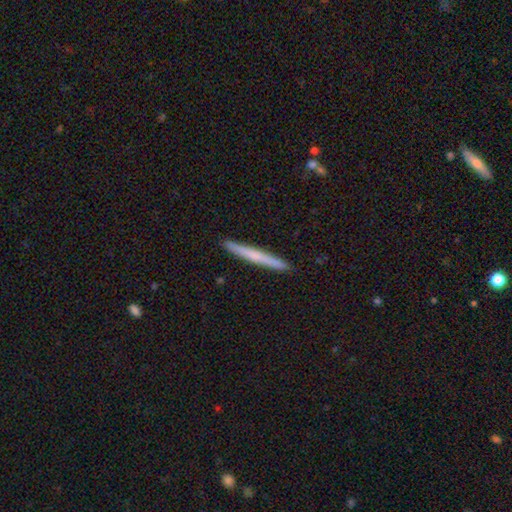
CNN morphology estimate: smooth_or_featured: smooth (p=0.54) [alt: featured or disk p=0.40]
how_rounded: cigar-shaped (p=0.97) [alt: in between p=0.02]
merging: none (p=0.93) [alt: minor disturbance p=0.05]